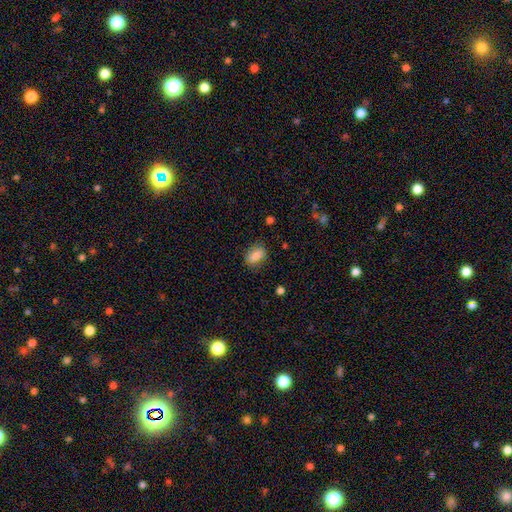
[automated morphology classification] smooth-or-featured: smooth: 83% | featured or disk: 9% | star or artifact: 8%
  how-rounded: in between: 80% | round: 16% | cigar-shaped: 4%
  merging: none: 77% | minor disturbance: 17% | major disturbance: 5% | merger: 1%